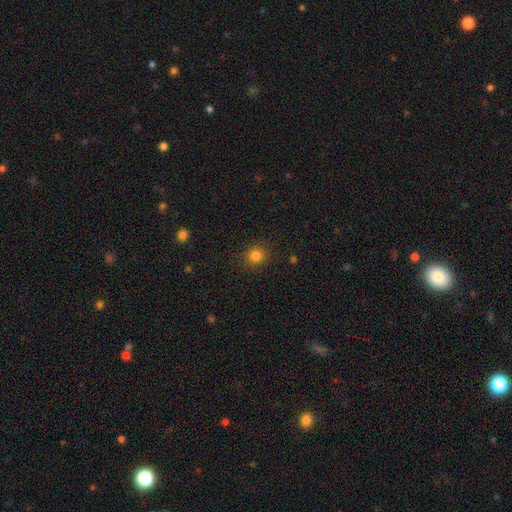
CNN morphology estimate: A smooth galaxy with no disk features (83%) that is round (87%). Merging: none (88%).